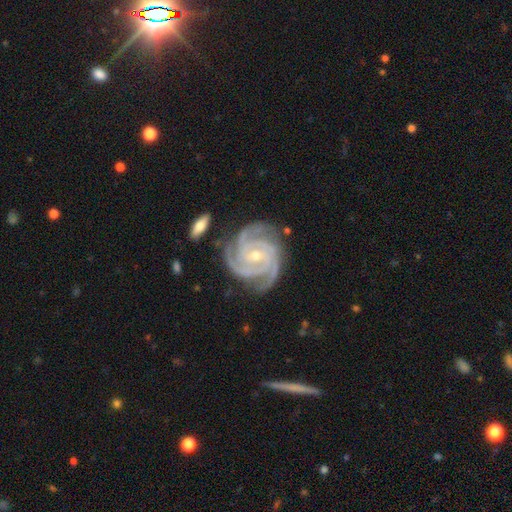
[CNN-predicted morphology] Smooth or featured: featured or disk — 93% (star or artifact — 4%)
Edge-on disk: no — 98% (yes — 2%)
Bar: no — 57% (weak — 30%)
Spiral arms: yes — 99% (no — 1%)
Spiral winding: tight — 75% (medium — 22%)
Spiral arm count: 4 — 40% (3 — 39%)
Bulge size: small — 66% (moderate — 31%)
Merging: none — 77% (minor disturbance — 16%)